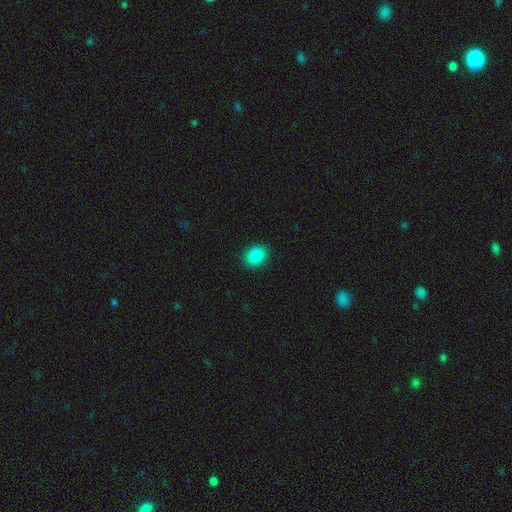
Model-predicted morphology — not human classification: smooth-or-featured: smooth: 87% | star or artifact: 9% | featured or disk: 4%
  how-rounded: in between: 57% | round: 42% | cigar-shaped: 1%
  merging: none: 90% | minor disturbance: 7% | major disturbance: 2% | merger: 1%